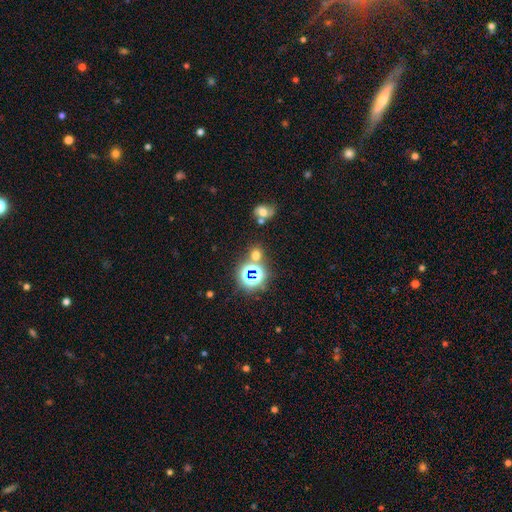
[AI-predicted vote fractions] The model was most divided on "smooth or featured": smooth: 48%, star or artifact: 44%, featured or disk: 8%. More confident: merging — none (67%).